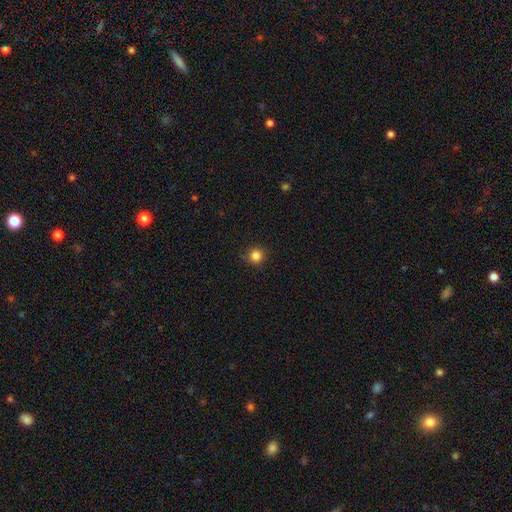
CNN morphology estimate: smooth 84%, star or artifact 12%, featured or disk 4%. Down the decision tree: how rounded — round (95%); merging — none (90%).